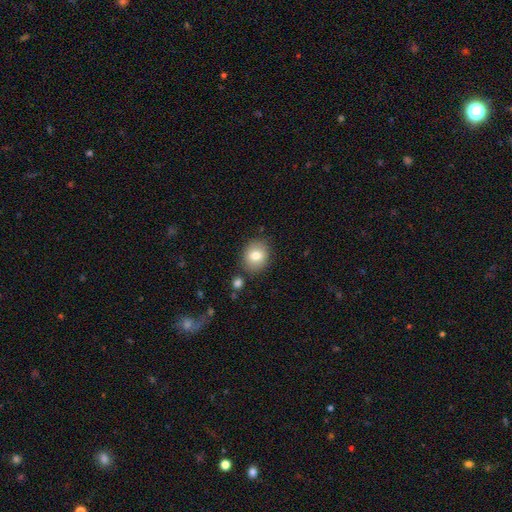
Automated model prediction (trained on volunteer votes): This is likely a smooth galaxy (78%). How rounded: likely round (64%). Merging: clearly none (82%).